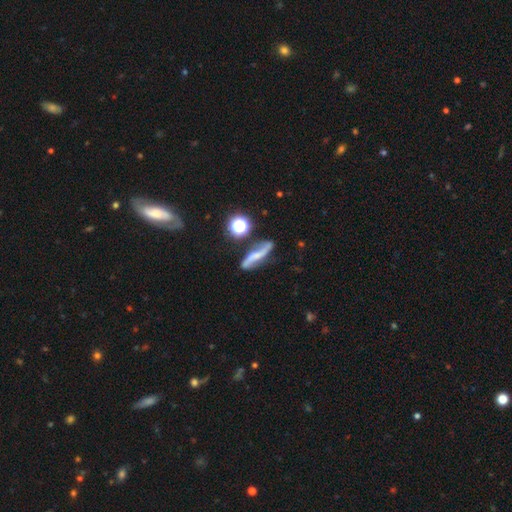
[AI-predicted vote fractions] Smooth or featured? Predicted: featured or disk (p=0.65). Edge-on disk? Predicted: no (p=0.78). Bar? Predicted: no (p=0.41). Spiral arms? Predicted: yes (p=0.91). Bulge size? Predicted: small (p=0.42). Merging? Predicted: none (p=0.71).